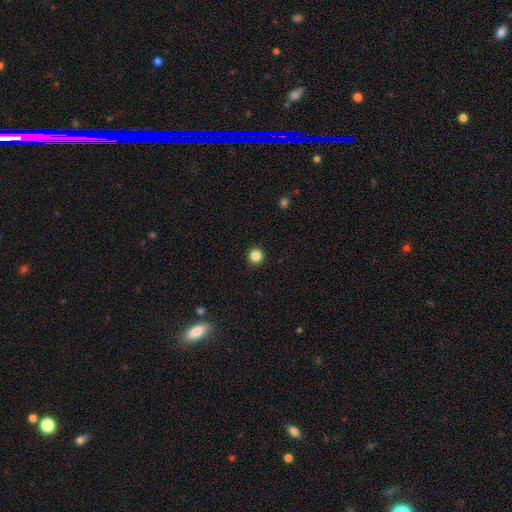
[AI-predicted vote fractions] smooth_or_featured: smooth (p=0.85) [alt: star or artifact p=0.11]
how_rounded: round (p=0.95) [alt: in between p=0.04]
merging: none (p=0.93) [alt: minor disturbance p=0.04]